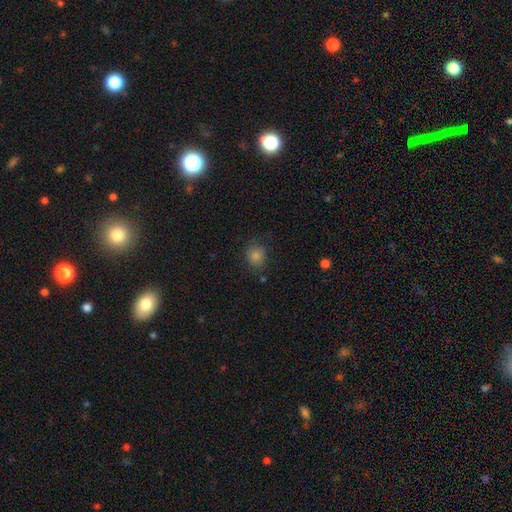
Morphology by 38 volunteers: This is clearly a smooth galaxy (82%). How rounded: clearly round (84%). Merging: clearly none (86%).